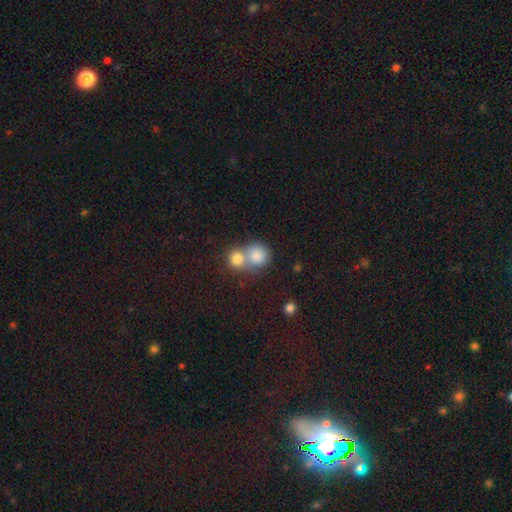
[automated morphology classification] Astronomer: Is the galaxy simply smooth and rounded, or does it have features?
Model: smooth — 80%.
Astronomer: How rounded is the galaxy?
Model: round — 83%.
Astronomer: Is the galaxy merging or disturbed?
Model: merger — 56% (runner-up: none, 35%).